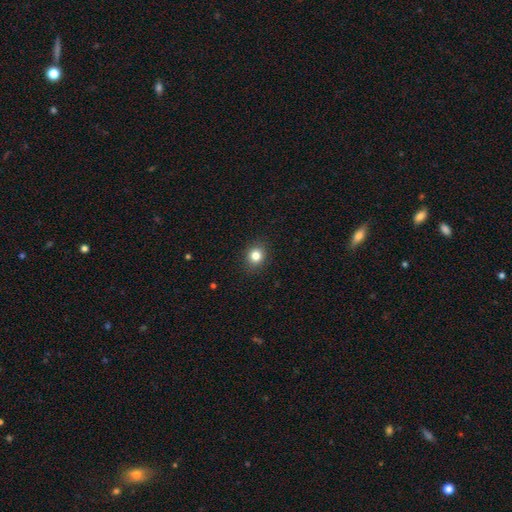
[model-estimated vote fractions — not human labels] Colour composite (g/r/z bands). It shows a smooth galaxy with no disk features (82%) that is round (73%). Merging: none (90%).